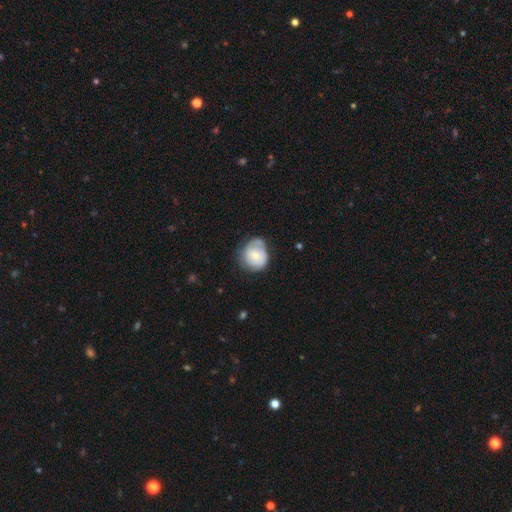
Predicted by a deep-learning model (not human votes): smooth_or_featured: smooth (p=0.49) [alt: featured or disk p=0.44]
merging: none (p=0.51) [alt: minor disturbance p=0.33]